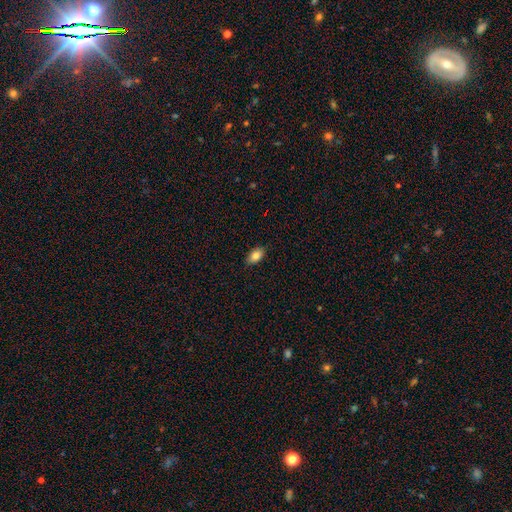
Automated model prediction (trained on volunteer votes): smooth_or_featured: smooth (p=0.83) [alt: featured or disk p=0.09]
how_rounded: in between (p=0.92) [alt: round p=0.06]
merging: none (p=0.88) [alt: minor disturbance p=0.09]